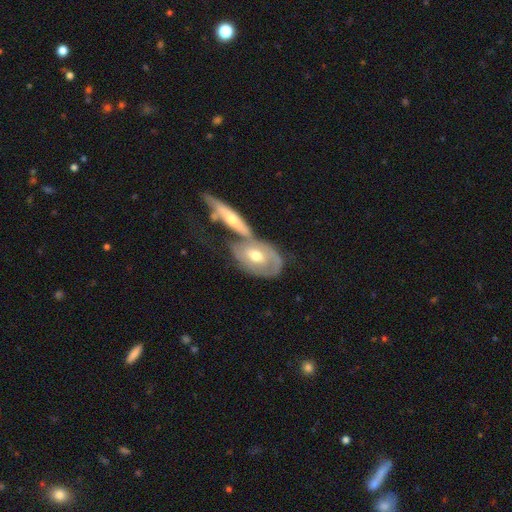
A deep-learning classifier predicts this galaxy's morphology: The model was most divided on "merging": merger: 45%, none: 35%, minor disturbance: 14%, major disturbance: 6%. More confident: edge-on disk — no (79%); smooth or featured — featured or disk (58%).